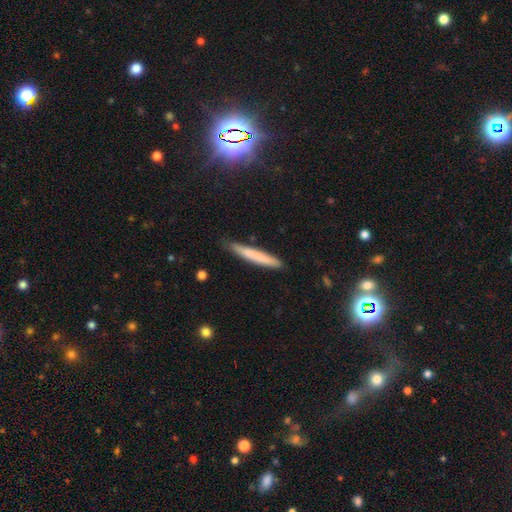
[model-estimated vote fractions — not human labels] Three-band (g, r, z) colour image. It shows a smooth galaxy with no disk features (70%) that is cigar-shaped (95%). Merging: none (84%).